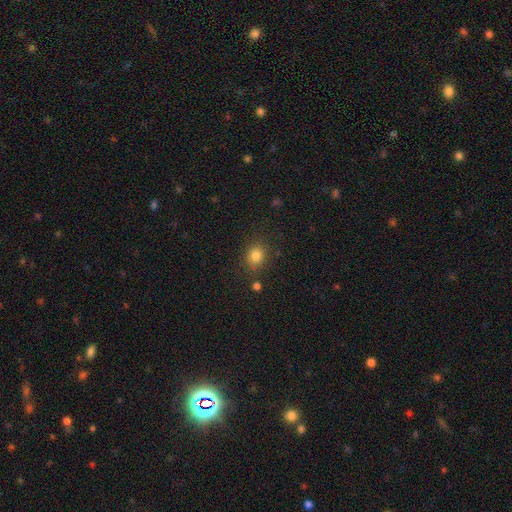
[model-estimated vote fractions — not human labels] This is clearly a smooth galaxy (82%). How rounded: likely round (62%). Merging: clearly none (83%).